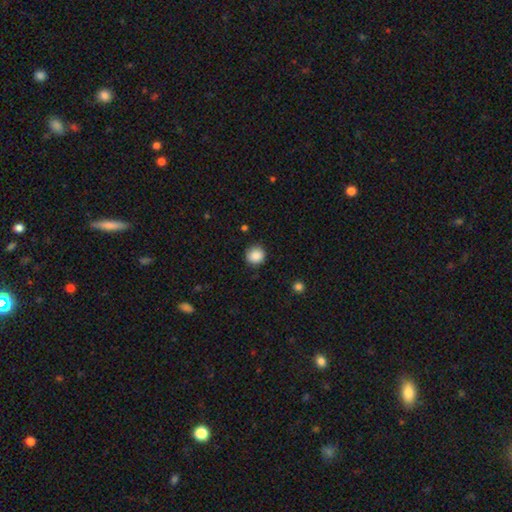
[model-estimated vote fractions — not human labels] Smooth or featured?
  - smooth: 88% *
  - star or artifact: 9%
  - featured or disk: 3%
How rounded?
  - round: 91% *
  - in between: 8%
  - cigar-shaped: 1%
Merging?
  - none: 87% *
  - minor disturbance: 9%
  - major disturbance: 2%
  - merger: 1%